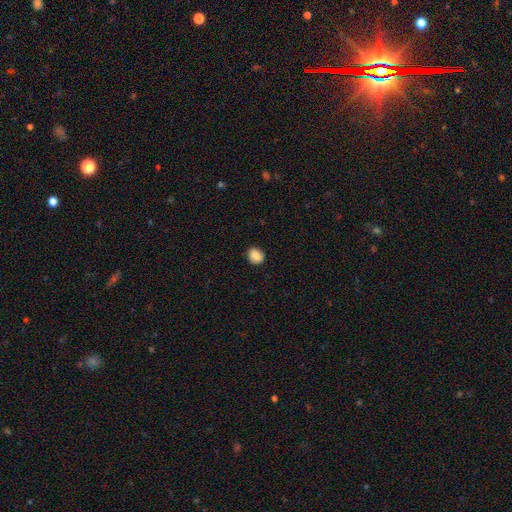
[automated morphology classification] This is clearly a smooth galaxy (84%). How rounded: likely round (66%). Merging: clearly none (86%).